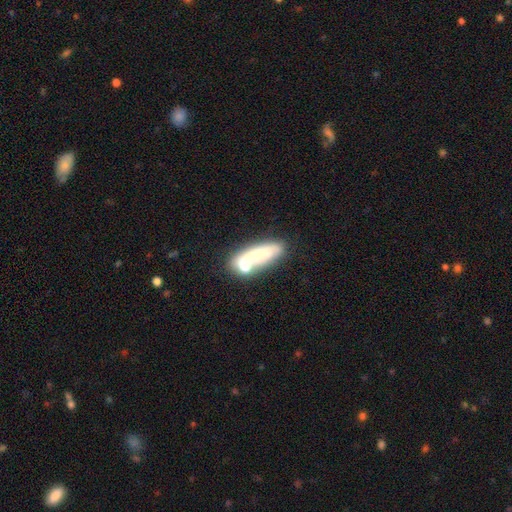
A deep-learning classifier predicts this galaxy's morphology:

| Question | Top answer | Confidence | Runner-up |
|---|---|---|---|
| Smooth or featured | smooth | 54% | featured or disk (35%) |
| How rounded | in between | 56% | cigar-shaped (36%) |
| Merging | none | 47% | merger (29%) |